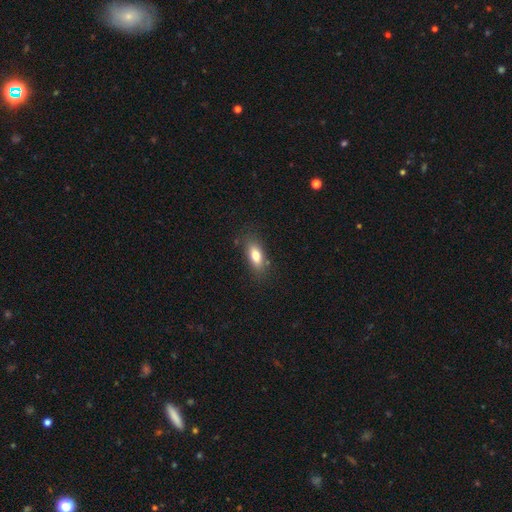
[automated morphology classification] Smooth or featured?
  - smooth: 78% *
  - featured or disk: 13%
  - star or artifact: 8%
How rounded?
  - in between: 81% *
  - cigar-shaped: 15%
  - round: 5%
Merging?
  - none: 80% *
  - minor disturbance: 14%
  - major disturbance: 4%
  - merger: 2%